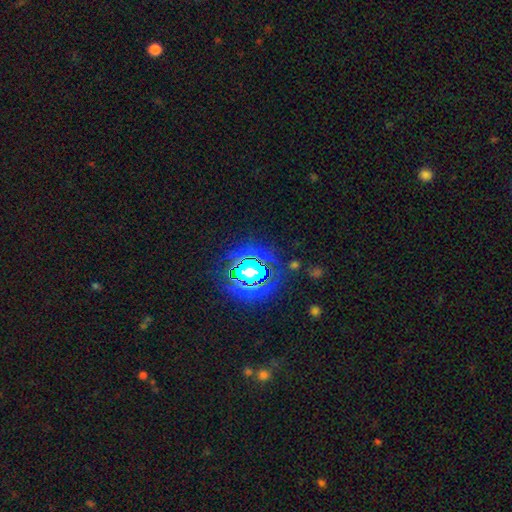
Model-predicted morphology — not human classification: star or artifact 81%, smooth 12%, featured or disk 7%.